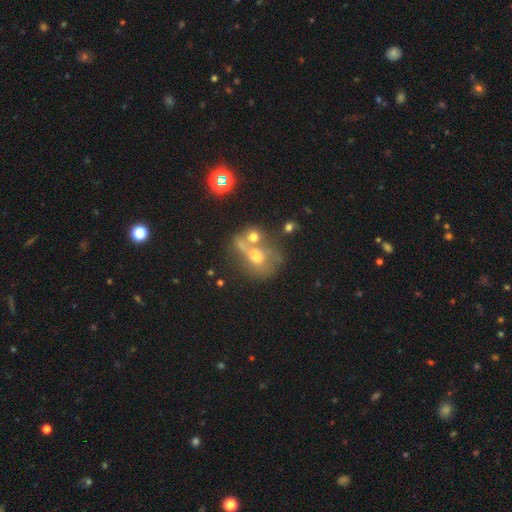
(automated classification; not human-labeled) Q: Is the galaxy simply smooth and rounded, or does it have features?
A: smooth — 43%.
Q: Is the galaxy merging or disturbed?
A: merger — 44%.